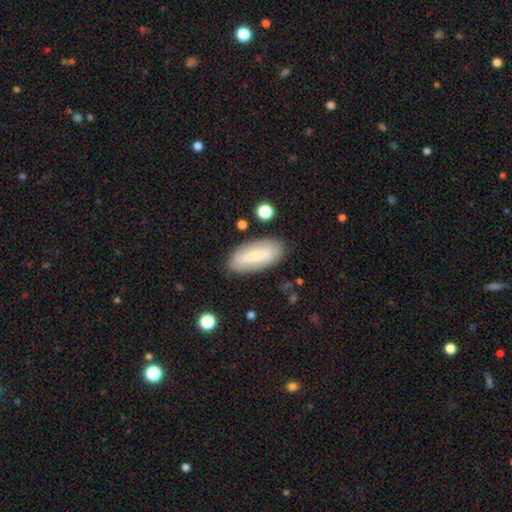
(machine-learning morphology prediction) smooth 50%, featured or disk 44%, star or artifact 7%. Down the decision tree: merging — none (83%).